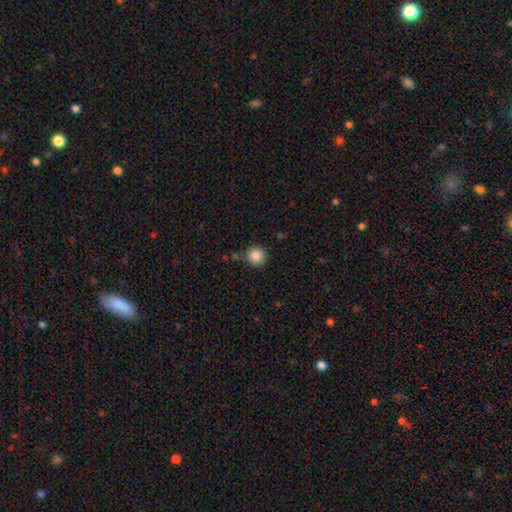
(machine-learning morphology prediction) Smooth or featured? Predicted: smooth (p=0.86). How rounded? Predicted: round (p=0.94). Merging? Predicted: none (p=0.84).